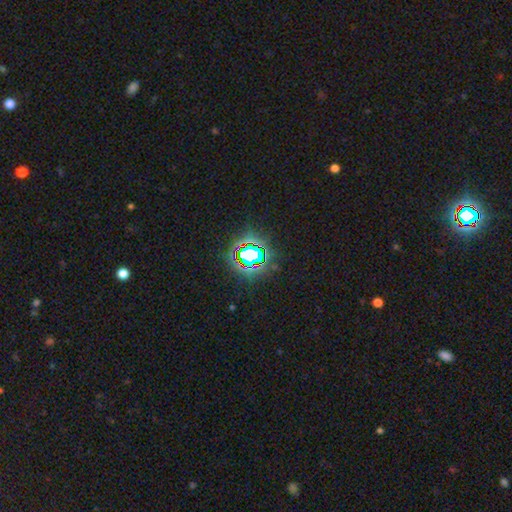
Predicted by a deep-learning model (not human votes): Smooth or featured? Predicted: star or artifact (p=0.83).